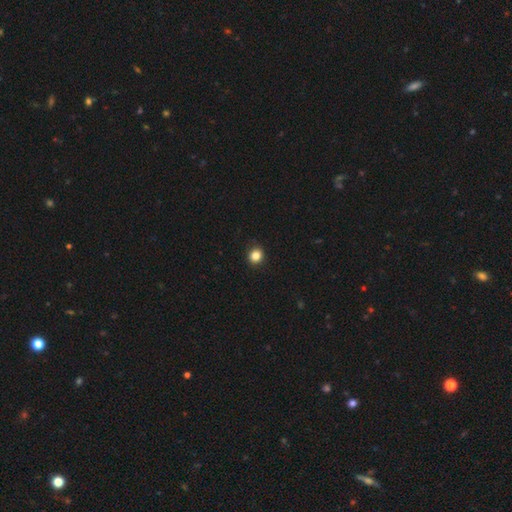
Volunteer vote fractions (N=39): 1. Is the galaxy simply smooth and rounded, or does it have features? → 92% smooth, 8% star or artifact, 0% featured or disk.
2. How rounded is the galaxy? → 89% round, 11% in between, 0% cigar-shaped.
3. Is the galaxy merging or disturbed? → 92% none, 3% minor disturbance, 3% major disturbance, 3% merger.